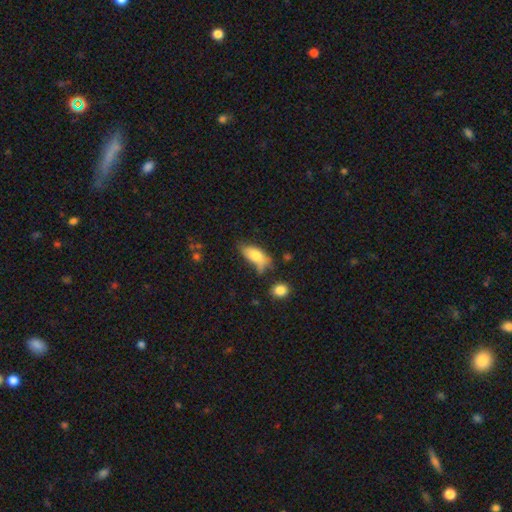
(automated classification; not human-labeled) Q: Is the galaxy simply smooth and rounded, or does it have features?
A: smooth — 73%.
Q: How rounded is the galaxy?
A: in between — 86%.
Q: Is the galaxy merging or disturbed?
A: none — 44%.